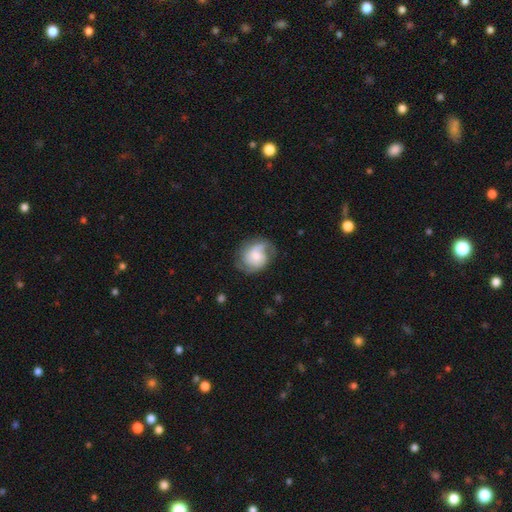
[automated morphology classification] Smooth or featured? featured or disk (71%)
Edge-on disk? no (97%)
Bar? no (68%)
Spiral arms? yes (93%)
Spiral winding? medium (43%)
Spiral arm count? 2 (57%)
Bulge size? moderate (45%)
Merging? none (67%)